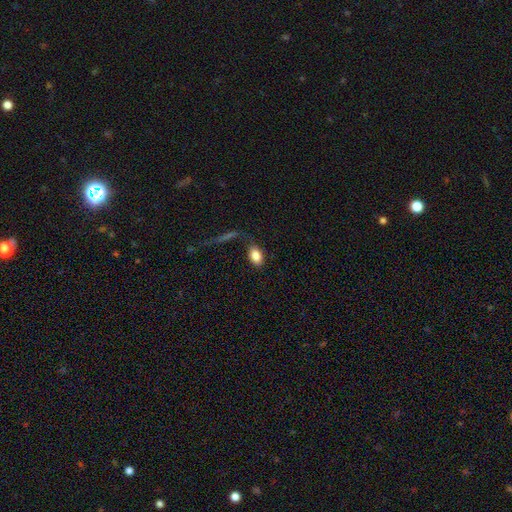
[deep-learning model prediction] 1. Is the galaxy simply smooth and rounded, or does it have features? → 86% smooth, 7% star or artifact, 7% featured or disk.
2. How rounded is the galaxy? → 90% in between, 8% round, 2% cigar-shaped.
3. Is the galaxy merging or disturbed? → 67% none, 15% minor disturbance, 10% major disturbance, 8% merger.